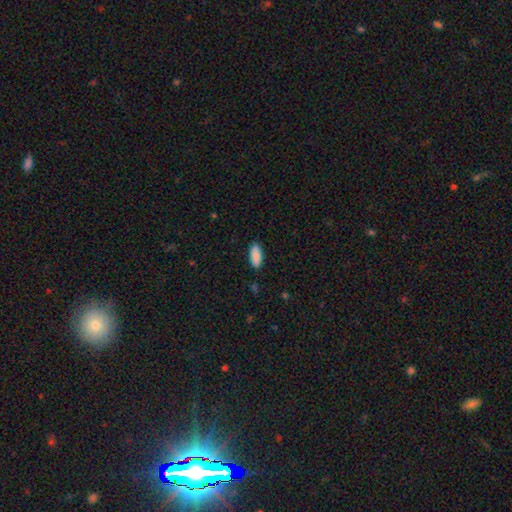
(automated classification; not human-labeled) smooth_or_featured: smooth (p=0.90) [alt: star or artifact p=0.06]
how_rounded: in between (p=0.80) [alt: cigar-shaped p=0.18]
merging: none (p=0.89) [alt: minor disturbance p=0.08]